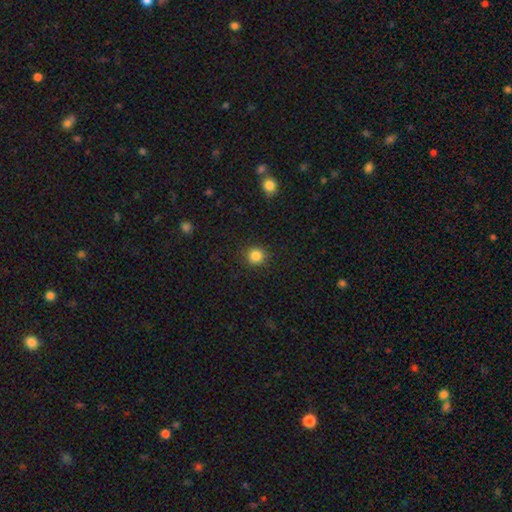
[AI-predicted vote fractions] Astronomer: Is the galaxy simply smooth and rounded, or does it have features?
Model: smooth — 85%.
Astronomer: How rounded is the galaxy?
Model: round — 92%.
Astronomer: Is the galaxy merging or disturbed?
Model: none — 91%.